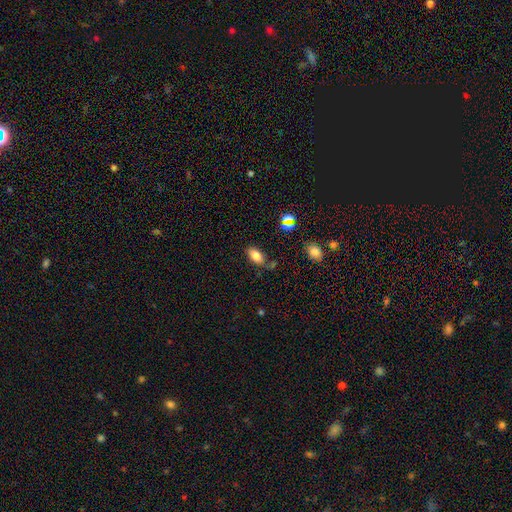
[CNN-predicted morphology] Overall: smooth (80%). How rounded: in between (91%). Merging: none (70%).